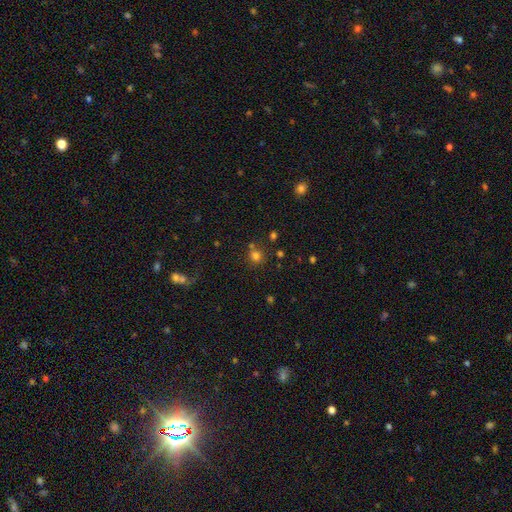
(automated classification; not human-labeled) The model was most divided on "merging": none: 67%, merger: 18%, minor disturbance: 11%, major disturbance: 4%. More confident: how rounded — round (83%); smooth or featured — smooth (72%).